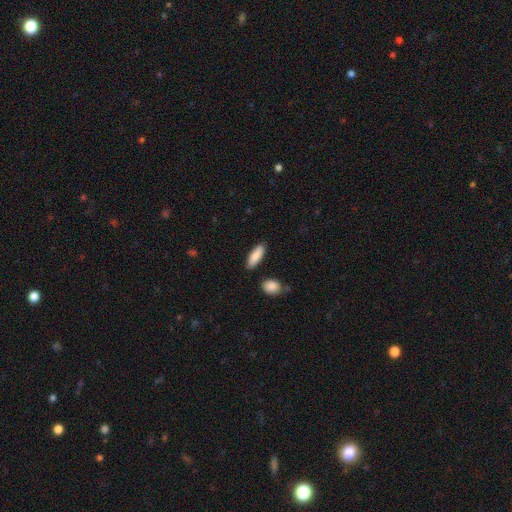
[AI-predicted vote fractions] smooth 85%, featured or disk 9%, star or artifact 6%. Down the decision tree: how rounded — in between (54%); merging — none (85%).